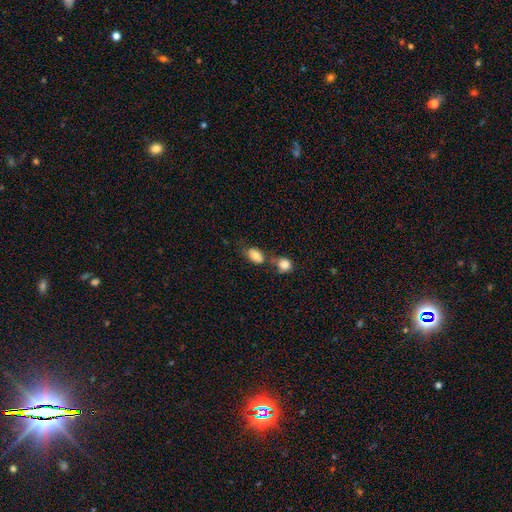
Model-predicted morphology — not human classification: Smooth or featured: smooth — 78% (featured or disk — 13%)
How rounded: in between — 83% (round — 15%)
Merging: none — 44% (merger — 31%)